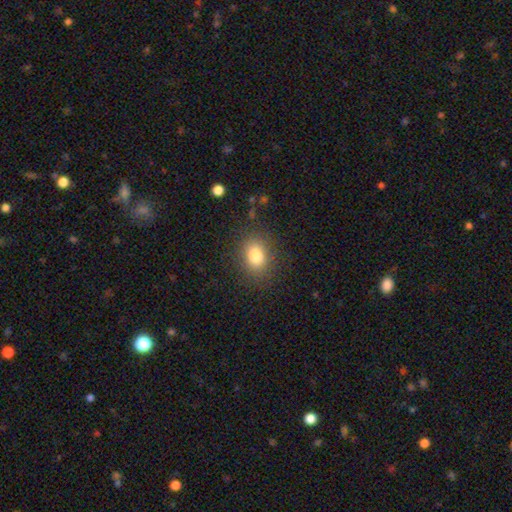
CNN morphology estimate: A smooth galaxy with no disk features (82%) that is in between round and cigar-shaped (64%). Merging: none (84%).